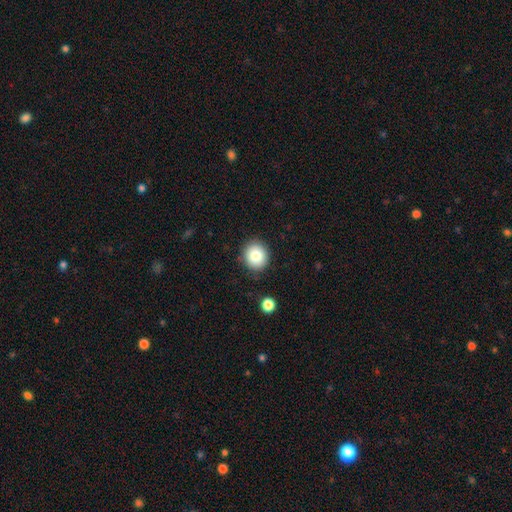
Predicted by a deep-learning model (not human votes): smooth-or-featured: smooth: 82% | star or artifact: 10% | featured or disk: 8%
  how-rounded: round: 81% | in between: 18% | cigar-shaped: 1%
  merging: none: 88% | minor disturbance: 8% | major disturbance: 2% | merger: 2%